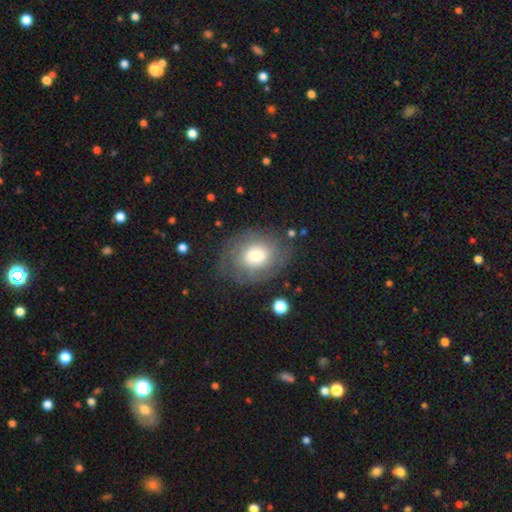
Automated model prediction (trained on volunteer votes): smooth-or-featured: featured or disk: 53% | smooth: 38% | star or artifact: 9%
  disk-edge-on: no: 96% | yes: 4%
    bar: no: 76% | weak: 21% | strong: 4%
    has-spiral-arms: yes: 76% | no: 24%
    bulge-size: moderate: 48% | large: 27% | small: 20% | dominant: 4% | none: 2%
  merging: none: 72% | minor disturbance: 16% | major disturbance: 11% | merger: 2%